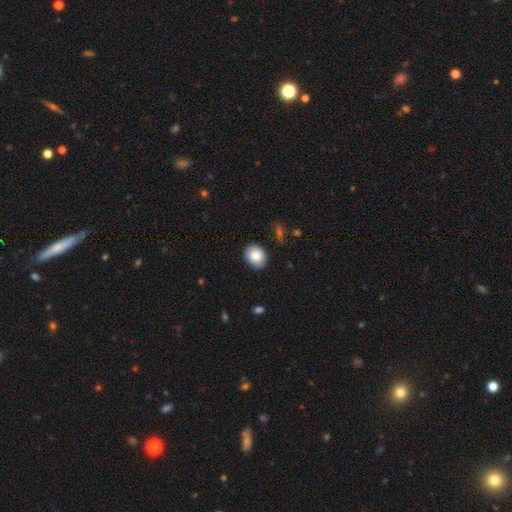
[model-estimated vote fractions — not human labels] A smooth galaxy with no disk features (84%) that is round (53%). Merging: none (86%).